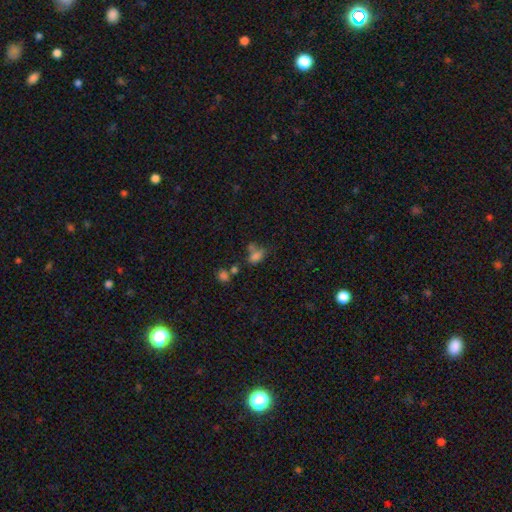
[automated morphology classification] Overall: smooth (75%). How rounded: in between (83%). Merging: none (43%; merger 30%).